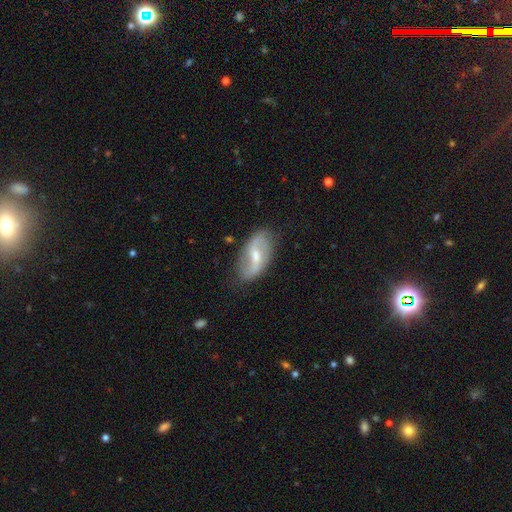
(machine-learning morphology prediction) smooth_or_featured: featured or disk (p=0.75) [alt: smooth p=0.19]
disk_edge_on: no (p=0.95) [alt: yes p=0.05]
bar: weak (p=0.51) [alt: strong p=0.33]
has_spiral_arms: yes (p=0.86) [alt: no p=0.14]
spiral_winding: loose (p=0.61) [alt: medium p=0.28]
spiral_arm_count: 2 (p=0.88) [alt: can't tell p=0.07]
bulge_size: moderate (p=0.52) [alt: small p=0.40]
merging: none (p=0.77) [alt: minor disturbance p=0.17]